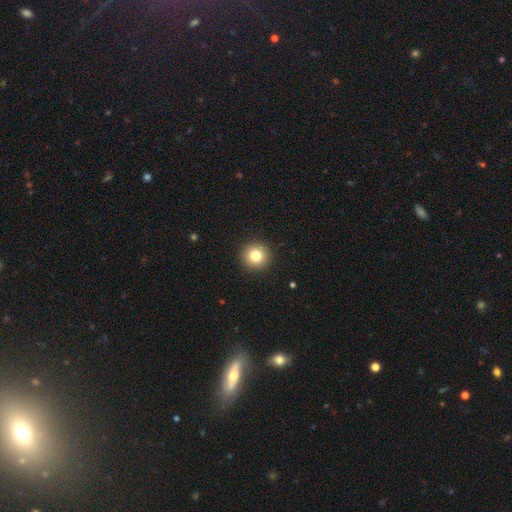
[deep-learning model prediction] Overall: smooth (82%). How rounded: round (95%). Merging: none (93%).